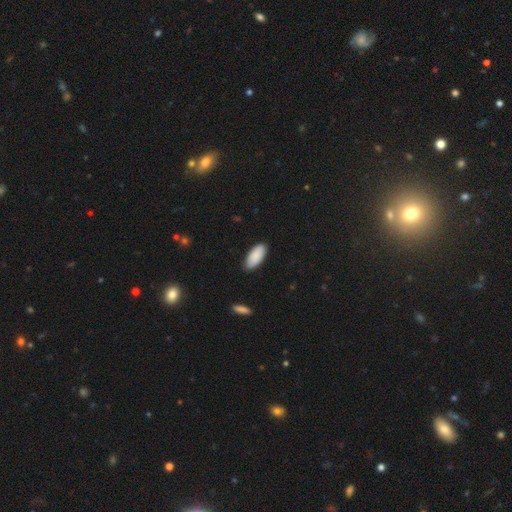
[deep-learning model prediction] smooth 90%, star or artifact 6%, featured or disk 4%. Down the decision tree: how rounded — in between (89%); merging — none (85%).